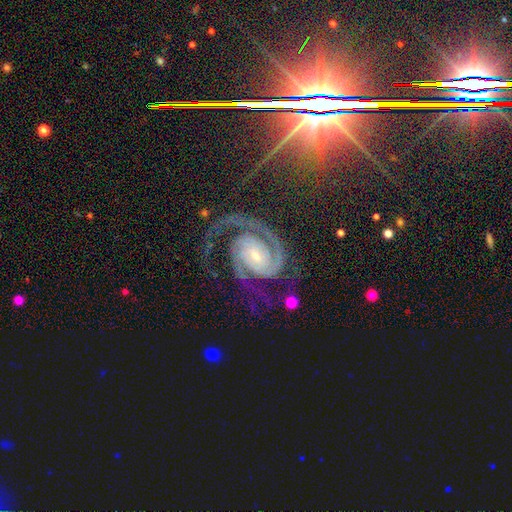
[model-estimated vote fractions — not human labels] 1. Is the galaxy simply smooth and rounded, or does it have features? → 91% featured or disk, 6% star or artifact, 3% smooth.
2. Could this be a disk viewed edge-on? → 98% no, 2% yes.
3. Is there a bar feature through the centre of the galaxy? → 57% no, 27% weak, 16% strong.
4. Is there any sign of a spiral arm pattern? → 99% yes, 1% no.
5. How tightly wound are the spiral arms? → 59% tight, 36% medium, 5% loose.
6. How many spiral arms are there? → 82% 2, 7% 3, 3% can't tell, 3% 1, 3% 4, 3% more than 4.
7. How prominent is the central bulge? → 70% small, 23% moderate, 3% large, 3% none, 1% dominant.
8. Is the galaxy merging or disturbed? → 69% none, 16% minor disturbance, 13% major disturbance, 2% merger.